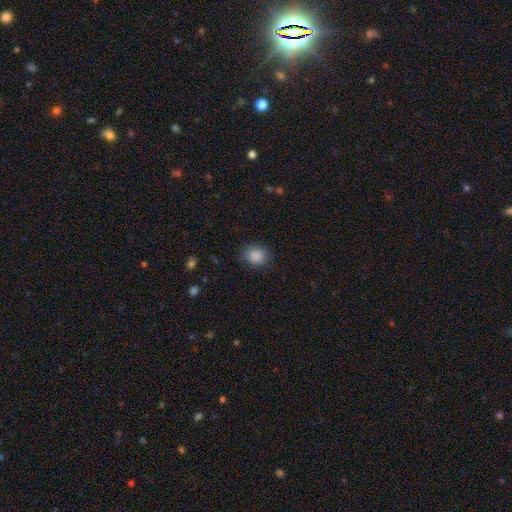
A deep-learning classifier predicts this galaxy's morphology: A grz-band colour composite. It shows a smooth galaxy with no disk features (87%) that is round (67%). Merging: none (85%).